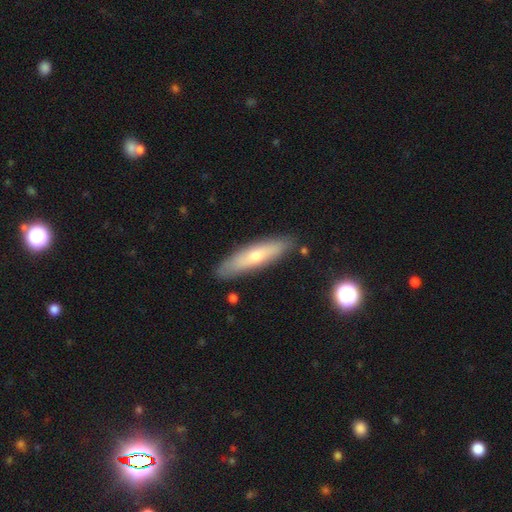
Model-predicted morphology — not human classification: smooth_or_featured: smooth (p=0.55) [alt: featured or disk p=0.38]
how_rounded: cigar-shaped (p=0.77) [alt: in between p=0.21]
merging: none (p=0.85) [alt: minor disturbance p=0.11]